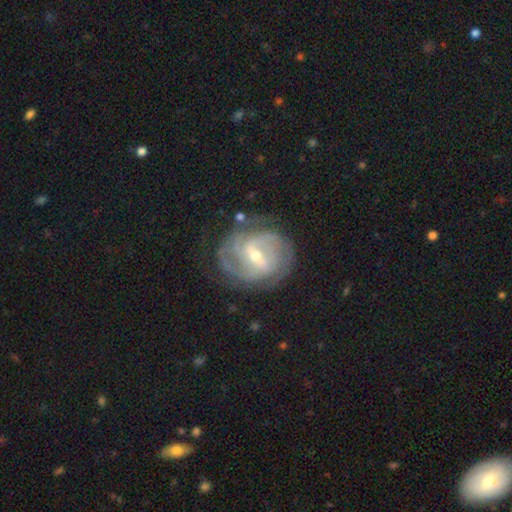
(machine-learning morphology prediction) Q: Smooth or featured?
A: featured or disk (89%); runner-up: smooth (6%)
Q: Edge-on disk?
A: no (97%); runner-up: yes (3%)
Q: Bar?
A: weak (46%); runner-up: strong (44%)
Q: Spiral arms?
A: yes (96%); runner-up: no (4%)
Q: Spiral winding?
A: tight (50%); runner-up: medium (40%)
Q: Spiral arm count?
A: 2 (37%); runner-up: 3 (26%)
Q: Bulge size?
A: small (53%); runner-up: moderate (44%)
Q: Merging?
A: none (73%); runner-up: minor disturbance (17%)